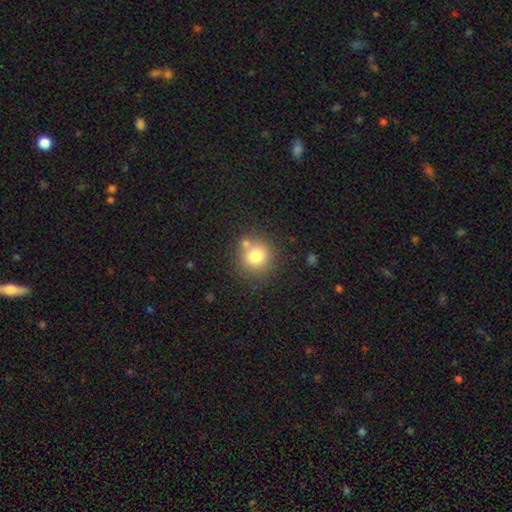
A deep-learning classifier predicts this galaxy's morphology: type=smooth (78%); roundness=round (90%); merging=none (69%).